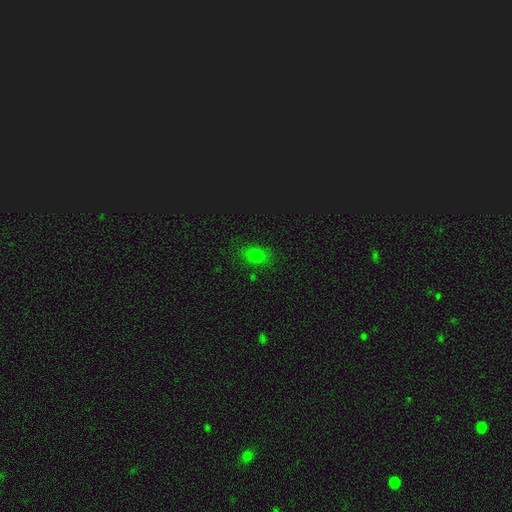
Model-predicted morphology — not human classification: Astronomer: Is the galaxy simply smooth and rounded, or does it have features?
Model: smooth — 73%.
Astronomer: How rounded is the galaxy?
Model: in between — 62%.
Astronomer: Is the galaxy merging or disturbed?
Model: none — 82%.